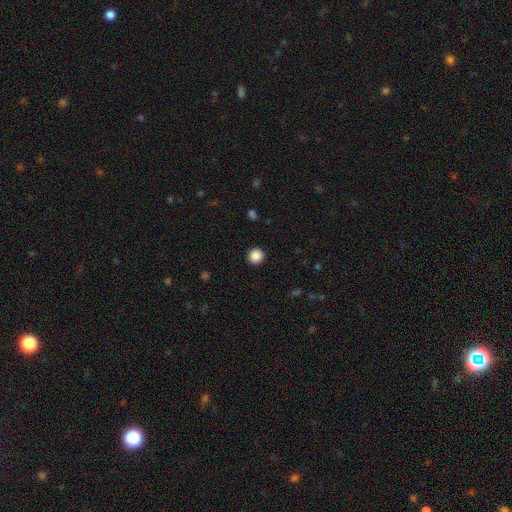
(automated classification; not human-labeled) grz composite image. It shows a smooth galaxy with no disk features (88%) that is round (94%). Merging: none (92%).